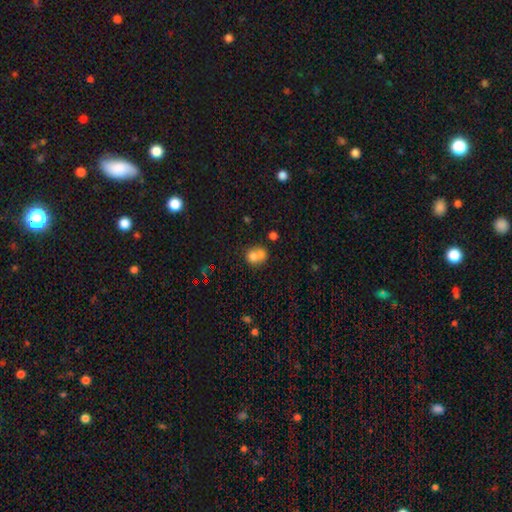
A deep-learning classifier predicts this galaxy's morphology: Smooth or featured: smooth — 71% (featured or disk — 16%)
How rounded: round — 66% (in between — 32%)
Merging: merger — 58% (none — 29%)